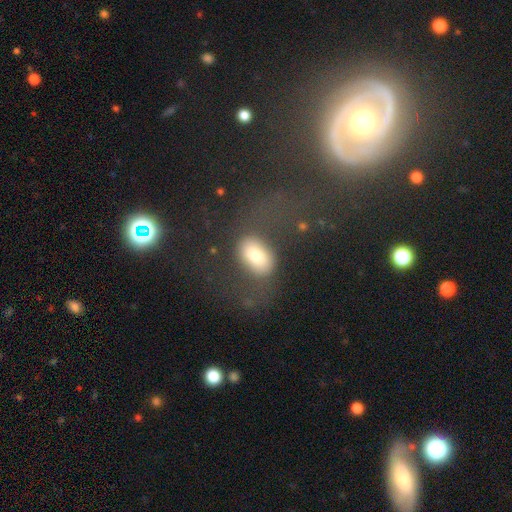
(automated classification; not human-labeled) This appears to be a smooth galaxy with no disk features (67%) that is in between round and cigar-shaped (85%). Merging: none (47%).